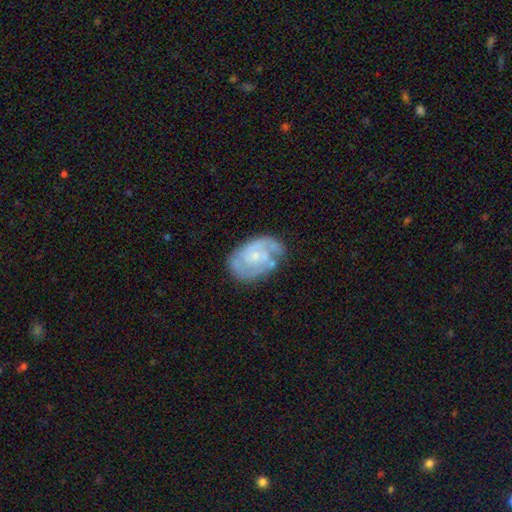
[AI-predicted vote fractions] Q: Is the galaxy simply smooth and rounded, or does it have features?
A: featured or disk — 73%.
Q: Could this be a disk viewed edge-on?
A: no — 97%.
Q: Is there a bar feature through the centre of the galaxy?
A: no — 69%.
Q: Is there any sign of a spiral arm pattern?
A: yes — 82%.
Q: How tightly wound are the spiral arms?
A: tight — 47%.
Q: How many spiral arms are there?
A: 2 — 43%.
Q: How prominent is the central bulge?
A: small — 66%.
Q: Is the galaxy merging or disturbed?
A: none — 60%.